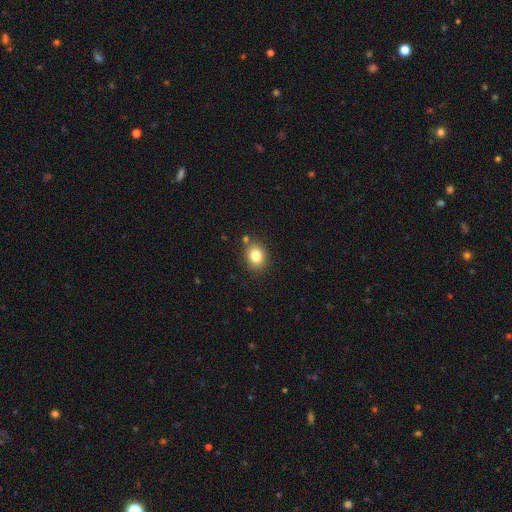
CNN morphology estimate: smooth-or-featured: smooth: 81% | star or artifact: 10% | featured or disk: 8%
  how-rounded: round: 51% | in between: 48% | cigar-shaped: 1%
  merging: none: 83% | minor disturbance: 10% | merger: 5% | major disturbance: 3%